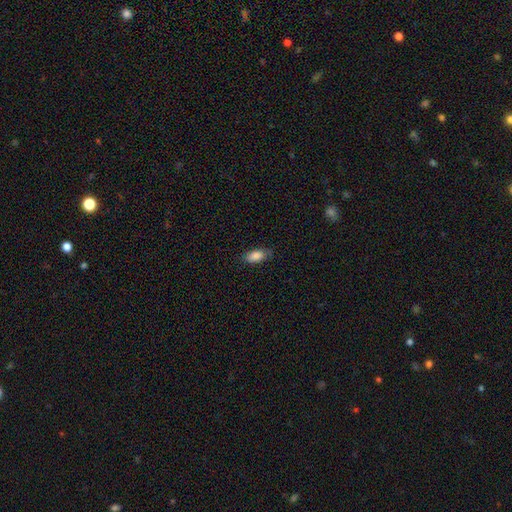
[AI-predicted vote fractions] Morphology: type=smooth (86%); roundness=in between (89%); merging=none (79%).